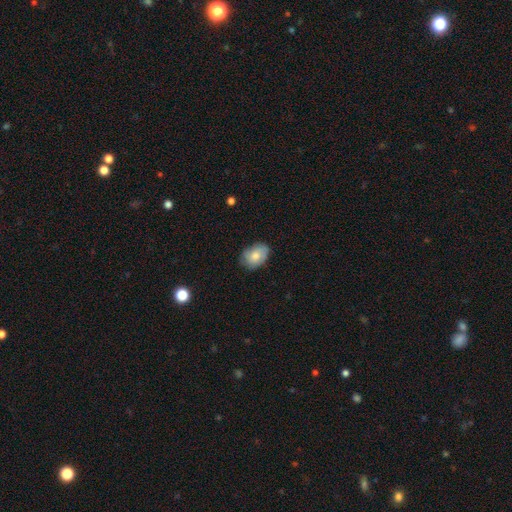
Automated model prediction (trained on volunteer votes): Smooth or featured? Predicted: smooth (p=0.77). How rounded? Predicted: in between (p=0.77). Merging? Predicted: none (p=0.73).